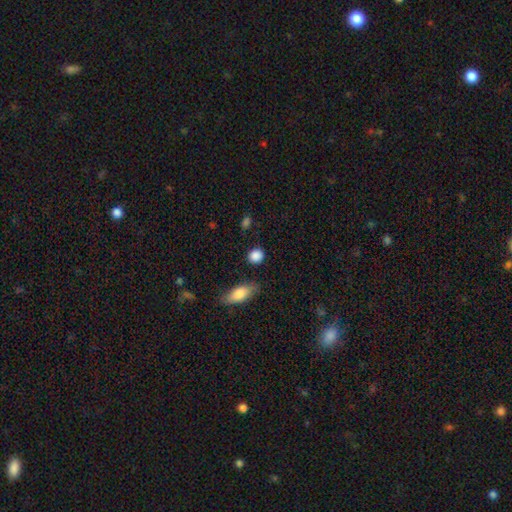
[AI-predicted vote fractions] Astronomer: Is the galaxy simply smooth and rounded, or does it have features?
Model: smooth — 88%.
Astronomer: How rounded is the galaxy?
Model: round — 76%.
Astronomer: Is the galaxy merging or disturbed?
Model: none — 85%.